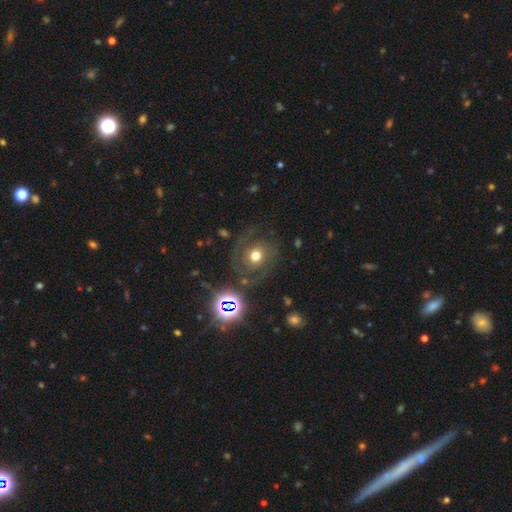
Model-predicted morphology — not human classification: Smooth or featured? Predicted: featured or disk (p=0.60). Edge-on disk? Predicted: no (p=0.97). Bar? Predicted: no (p=0.79). Spiral arms? Predicted: yes (p=0.83). Bulge size? Predicted: moderate (p=0.69). Merging? Predicted: none (p=0.69).